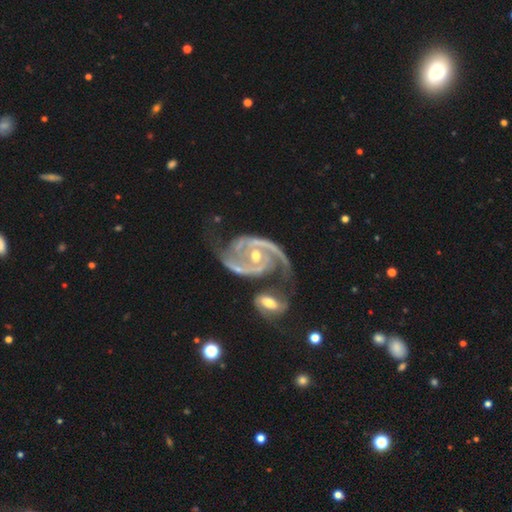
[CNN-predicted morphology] A featured or disk galaxy (93%) with no bar (50%), 2 (80%) medium (55%) spiral arms (98%) and a moderate central bulge (57%). Merging: none (40%).